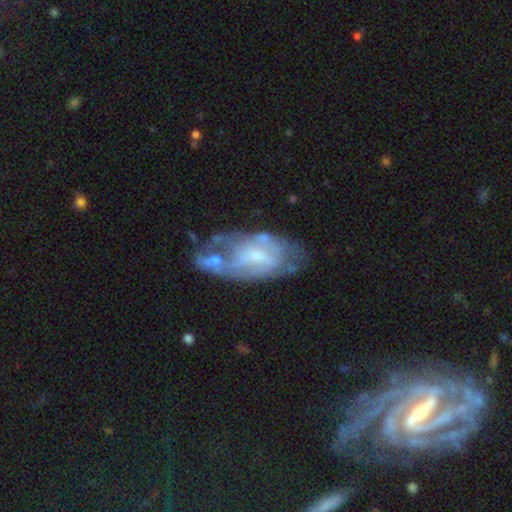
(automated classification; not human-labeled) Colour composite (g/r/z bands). It shows a featured or disk galaxy (67%) with no bar (44%, tied with weak), spiral arms (52%) and a small central bulge (44%). Merging: none (37%).